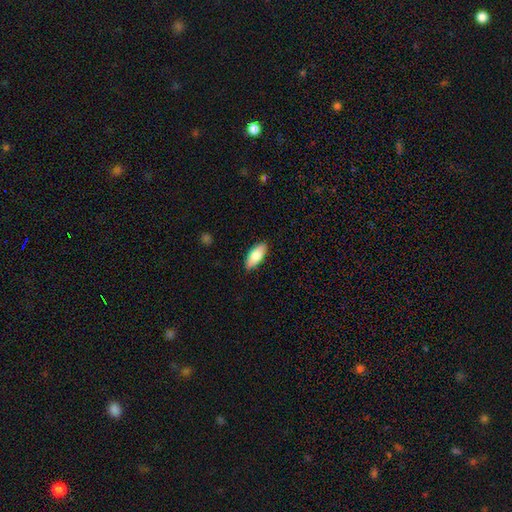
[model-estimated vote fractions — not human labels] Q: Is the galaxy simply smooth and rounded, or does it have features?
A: smooth — 83%.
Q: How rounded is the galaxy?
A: in between — 81%.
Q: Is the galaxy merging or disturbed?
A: none — 86%.